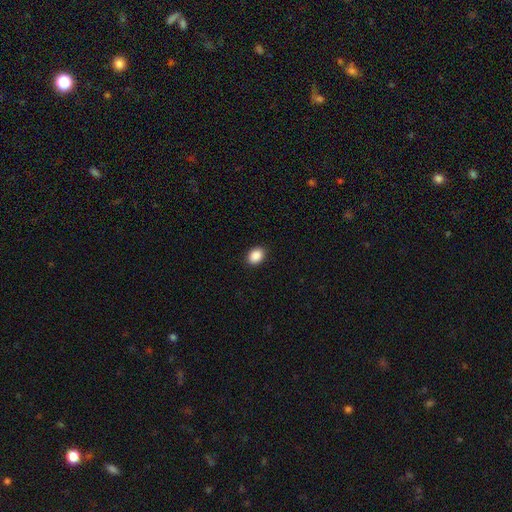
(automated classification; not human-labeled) Smooth or featured? smooth (89%)
How rounded? in between (69%)
Merging? none (90%)